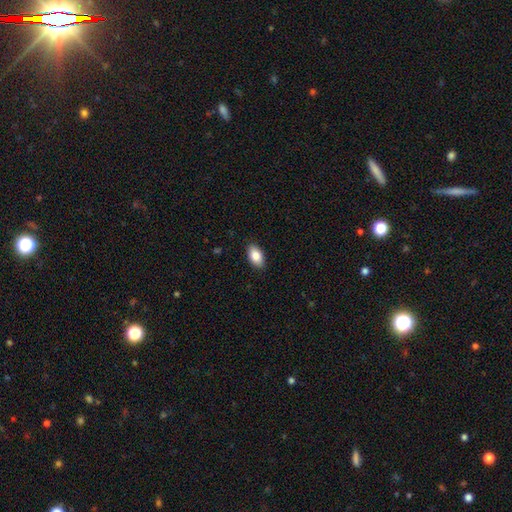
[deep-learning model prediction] Morphology: type=smooth (85%); roundness=in between (93%); merging=none (89%).